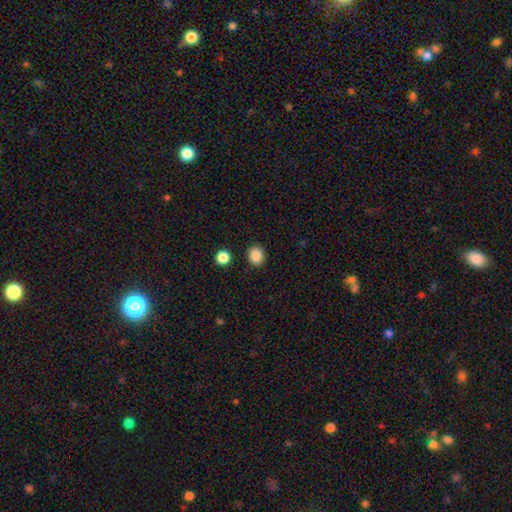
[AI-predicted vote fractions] Smooth or featured? Predicted: smooth (p=0.86). How rounded? Predicted: round (p=0.68). Merging? Predicted: none (p=0.89).